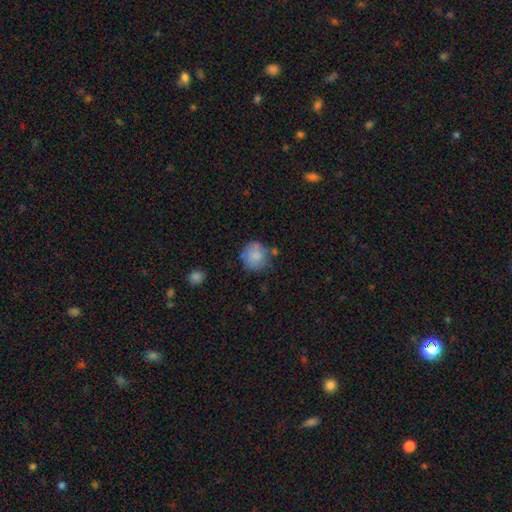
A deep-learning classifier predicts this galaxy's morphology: type=smooth (82%); roundness=round (90%); merging=none (68%).